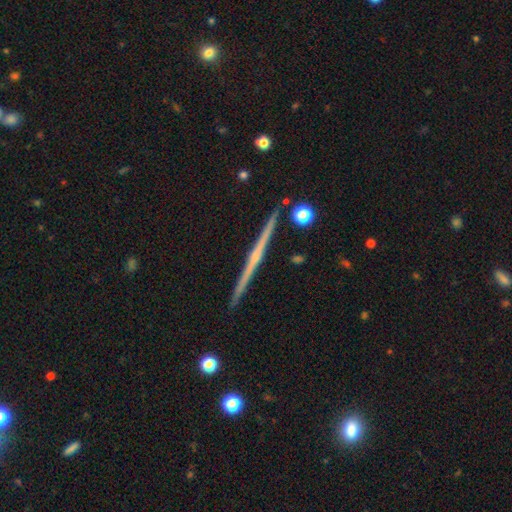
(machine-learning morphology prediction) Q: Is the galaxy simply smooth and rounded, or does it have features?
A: featured or disk — 81%.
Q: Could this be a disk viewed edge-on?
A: yes — 99%.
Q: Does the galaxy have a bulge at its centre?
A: rounded — 58%.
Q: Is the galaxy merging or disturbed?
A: none — 92%.